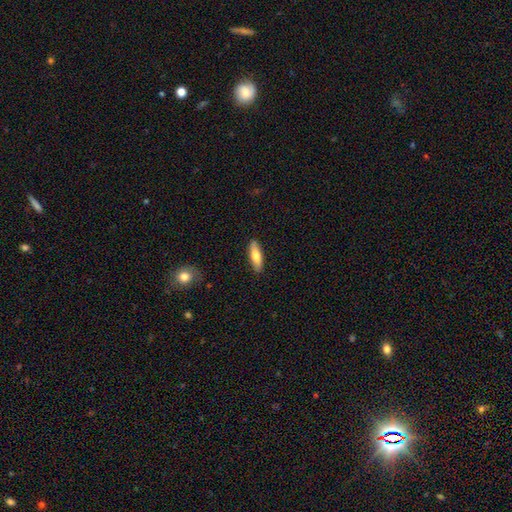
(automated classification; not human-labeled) This is likely a smooth galaxy (72%). How rounded: possibly cigar-shaped (55%). Merging: clearly none (87%).